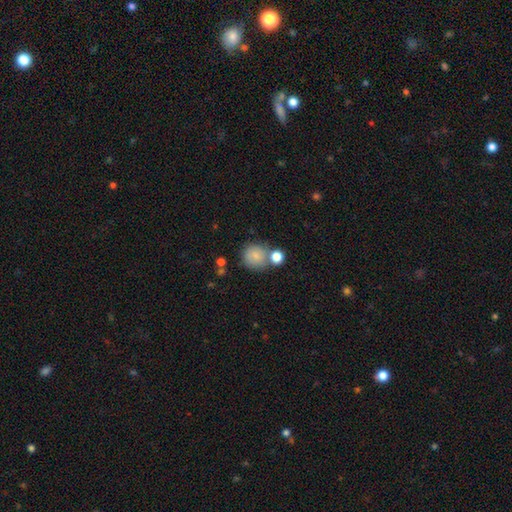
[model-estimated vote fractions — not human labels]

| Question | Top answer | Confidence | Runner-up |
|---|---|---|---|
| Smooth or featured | smooth | 80% | featured or disk (10%) |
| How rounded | round | 88% | in between (11%) |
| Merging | none | 59% | merger (23%) |